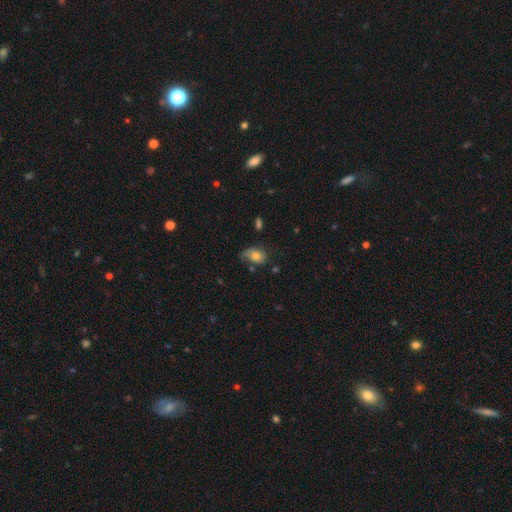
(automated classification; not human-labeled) Smooth or featured? smooth (70%)
How rounded? in between (73%)
Merging? none (45%)